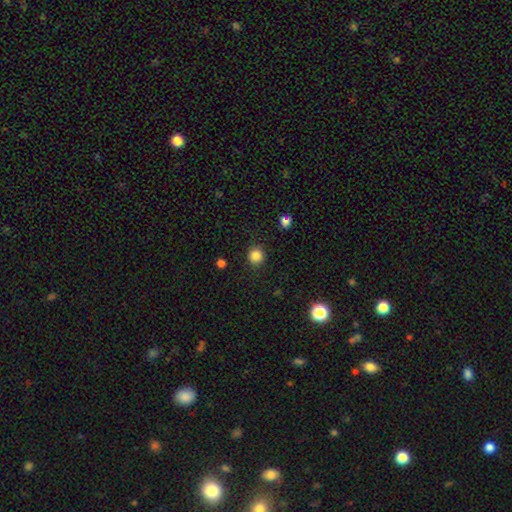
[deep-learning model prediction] This is clearly a smooth galaxy (84%). How rounded: clearly round (92%). Merging: clearly none (90%).